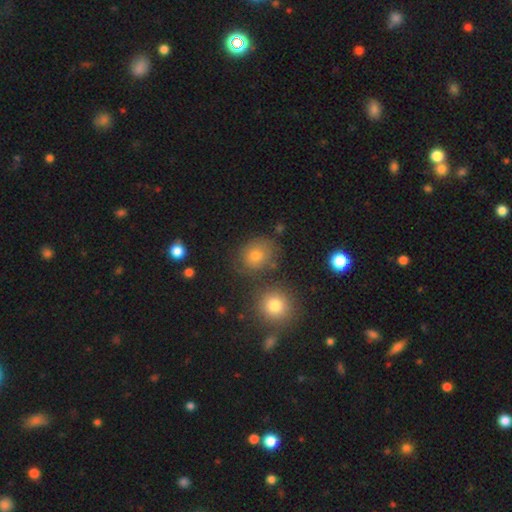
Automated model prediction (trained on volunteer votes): This appears to be a smooth galaxy with no disk features (72%) that is round (71%). Merging: none (73%).